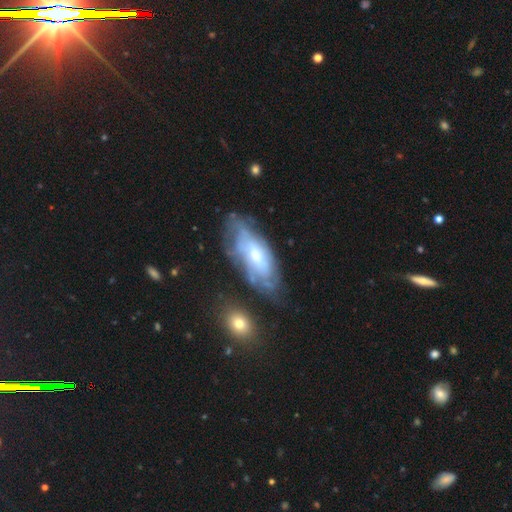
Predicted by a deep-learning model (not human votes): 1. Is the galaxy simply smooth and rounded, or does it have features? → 68% featured or disk, 25% smooth, 7% star or artifact.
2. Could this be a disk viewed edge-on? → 87% no, 13% yes.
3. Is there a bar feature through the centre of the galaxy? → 63% no, 30% weak, 7% strong.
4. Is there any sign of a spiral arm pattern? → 74% yes, 26% no.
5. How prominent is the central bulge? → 47% small, 43% moderate, 6% large, 3% none, 1% dominant.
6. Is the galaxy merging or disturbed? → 61% none, 24% minor disturbance, 11% major disturbance, 4% merger.